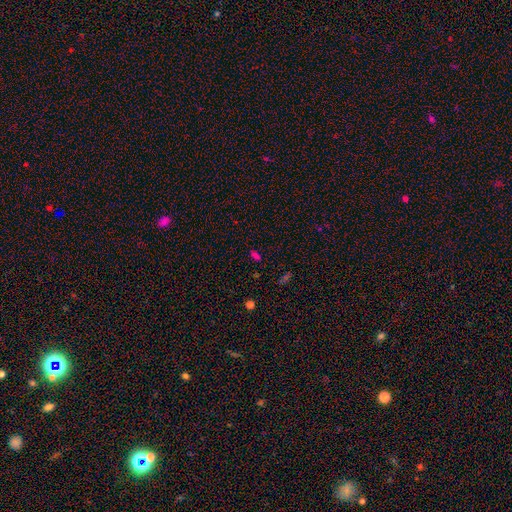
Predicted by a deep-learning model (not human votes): Q: Smooth or featured?
A: smooth (61%); runner-up: star or artifact (32%)
Q: How rounded?
A: in between (80%); runner-up: cigar-shaped (12%)
Q: Merging?
A: none (80%); runner-up: minor disturbance (12%)